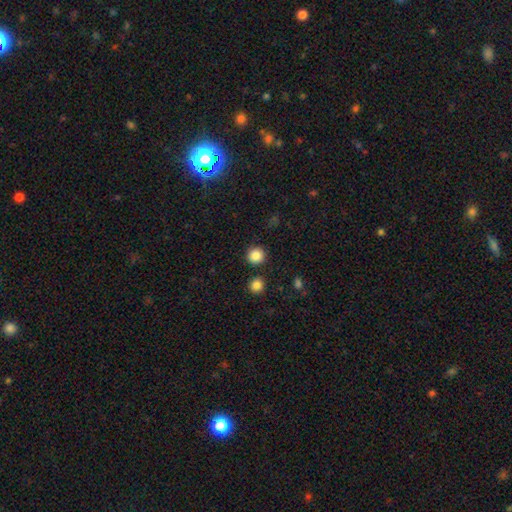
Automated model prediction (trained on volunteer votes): Overall: smooth (86%). How rounded: round (94%). Merging: none (89%).